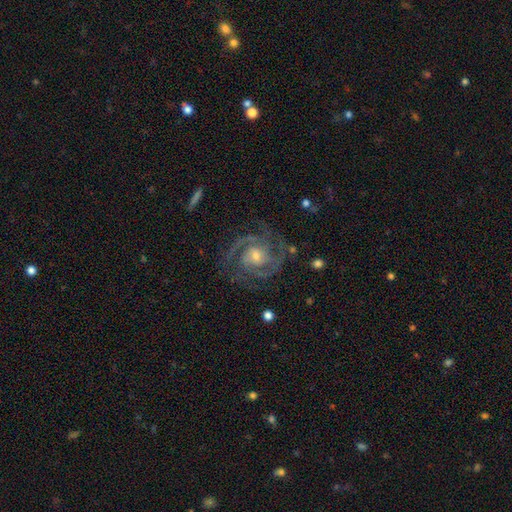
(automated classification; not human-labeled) Morphology: type=featured or disk (90%); edge-on=no (98%); bar=no (58%); spiral arms=yes (98%); winding=tight (54%); arm count=3 (35%); bulge=small (54%); merging=none (76%).